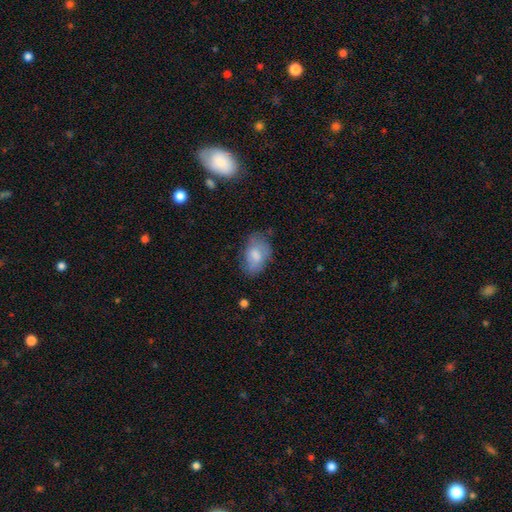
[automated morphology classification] A smooth galaxy with no disk features (72%) that is in between round and cigar-shaped (90%). Merging: none (61%).